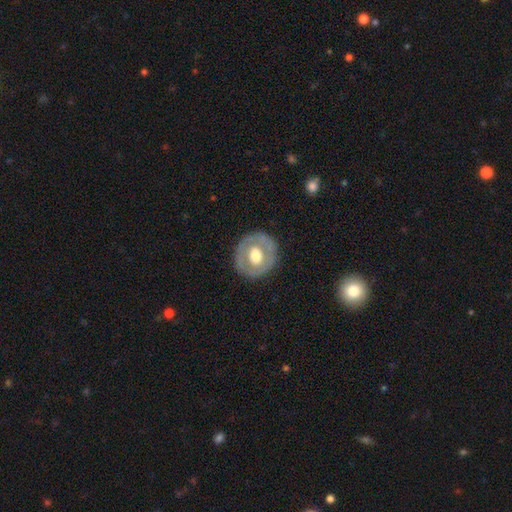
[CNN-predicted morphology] type=featured or disk (49%); merging=none (82%).